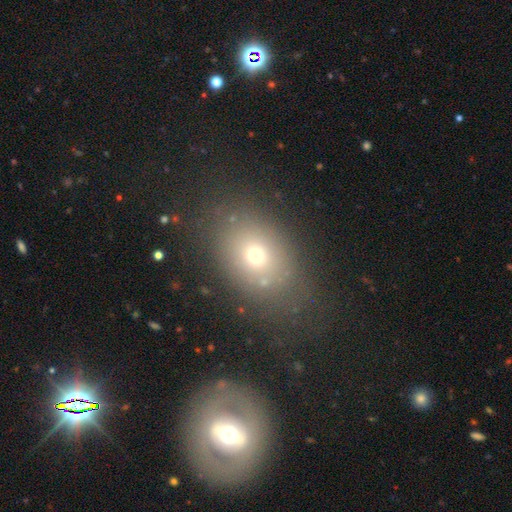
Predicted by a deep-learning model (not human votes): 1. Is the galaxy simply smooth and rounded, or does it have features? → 66% smooth, 19% star or artifact, 15% featured or disk.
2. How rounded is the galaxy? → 66% in between, 32% round, 2% cigar-shaped.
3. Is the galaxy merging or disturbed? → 74% none, 14% minor disturbance, 9% major disturbance, 4% merger.